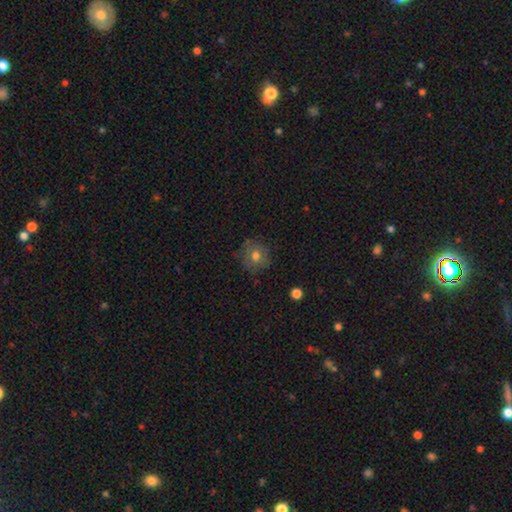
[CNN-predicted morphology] The model was most divided on "smooth or featured": smooth: 64%, featured or disk: 24%, star or artifact: 11%. More confident: how rounded — round (83%); merging — none (75%).